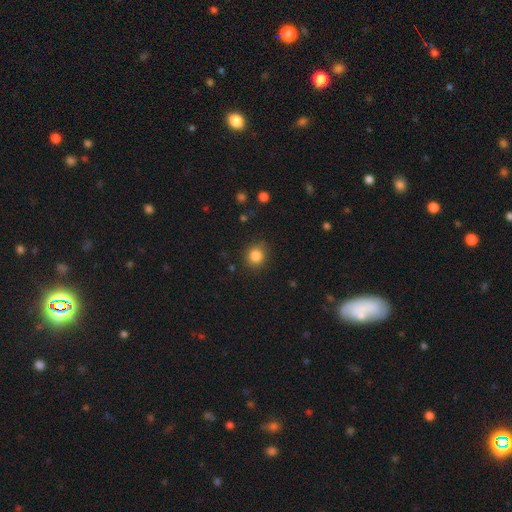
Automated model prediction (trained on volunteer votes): smooth 85%, star or artifact 11%, featured or disk 4%. Down the decision tree: how rounded — round (85%); merging — none (84%).